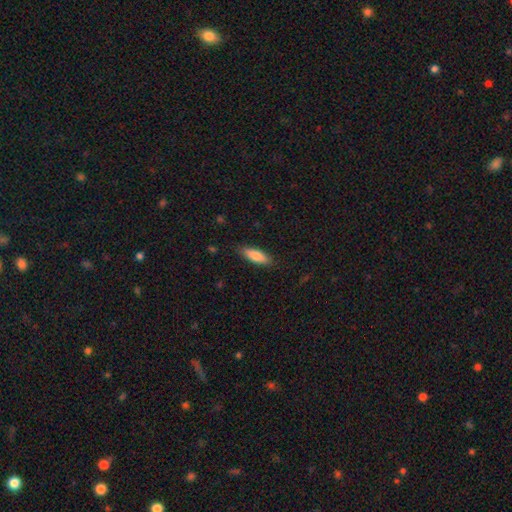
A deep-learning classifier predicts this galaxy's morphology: type=smooth (82%); roundness=in between (58%); merging=none (85%).